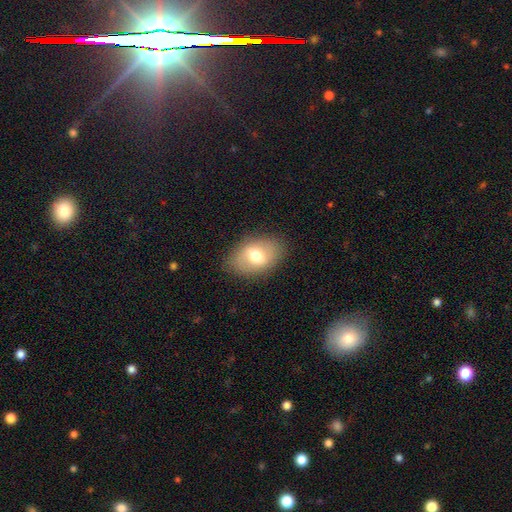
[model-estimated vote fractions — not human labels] Smooth or featured: smooth — 63% (featured or disk — 29%)
How rounded: in between — 82% (round — 17%)
Merging: none — 83% (minor disturbance — 12%)